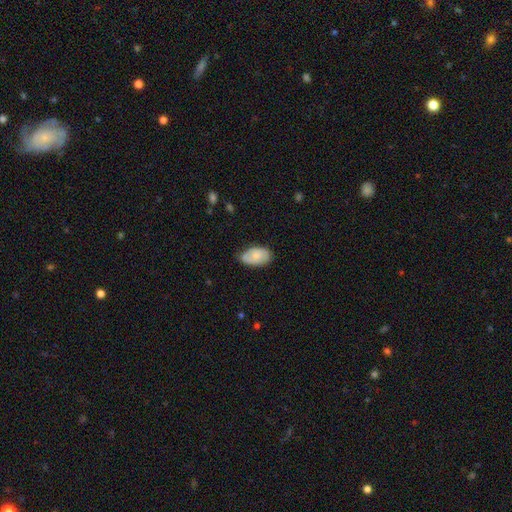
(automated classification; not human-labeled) Smooth or featured? smooth (65%)
How rounded? in between (94%)
Merging? none (72%)